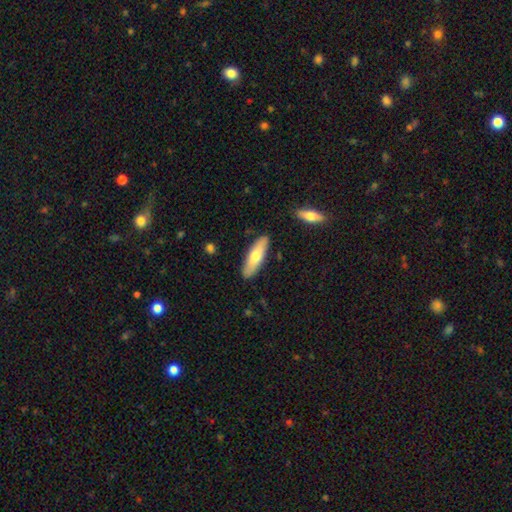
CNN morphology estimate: A smooth galaxy with no disk features (69%) that is cigar-shaped (51%). Merging: none (88%).